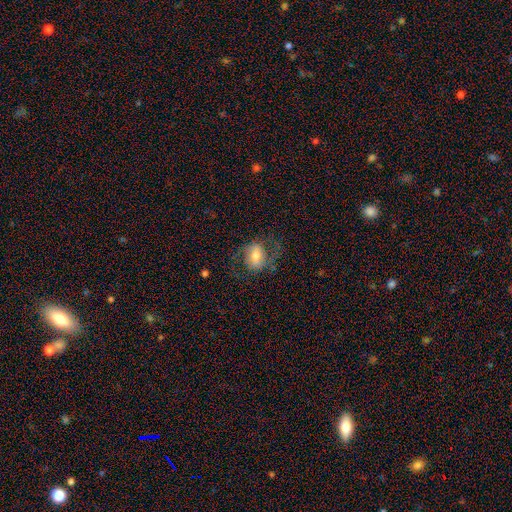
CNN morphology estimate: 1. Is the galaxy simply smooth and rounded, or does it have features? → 50% featured or disk, 41% smooth, 9% star or artifact.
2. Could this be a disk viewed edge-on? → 96% no, 4% yes.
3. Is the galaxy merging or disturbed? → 64% none, 18% minor disturbance, 17% major disturbance, 1% merger.